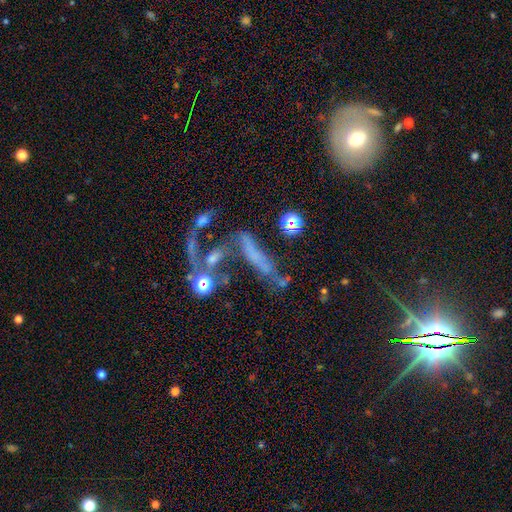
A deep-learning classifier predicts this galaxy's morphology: Overall: featured or disk (41%; smooth 36%). Merging: none (31%; merger 28%).